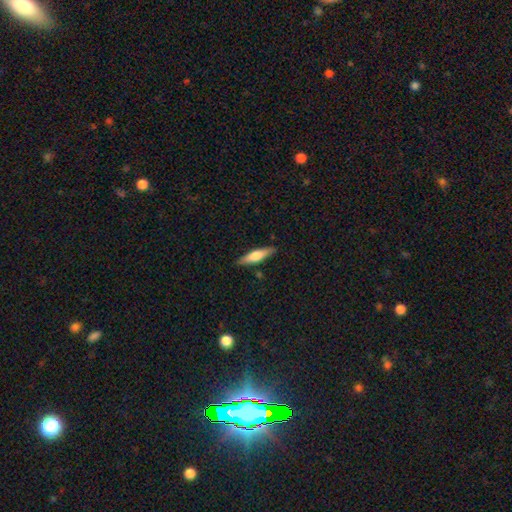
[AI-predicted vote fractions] smooth-or-featured: smooth: 57% | featured or disk: 37% | star or artifact: 6%
  how-rounded: cigar-shaped: 75% | in between: 23% | round: 2%
  merging: none: 87% | minor disturbance: 9% | major disturbance: 2% | merger: 1%